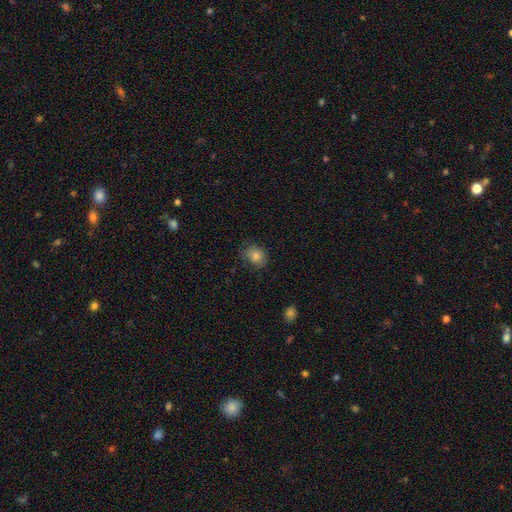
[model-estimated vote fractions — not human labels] smooth_or_featured: smooth (p=0.81) [alt: star or artifact p=0.11]
how_rounded: round (p=0.54) [alt: in between p=0.45]
merging: none (p=0.73) [alt: minor disturbance p=0.21]